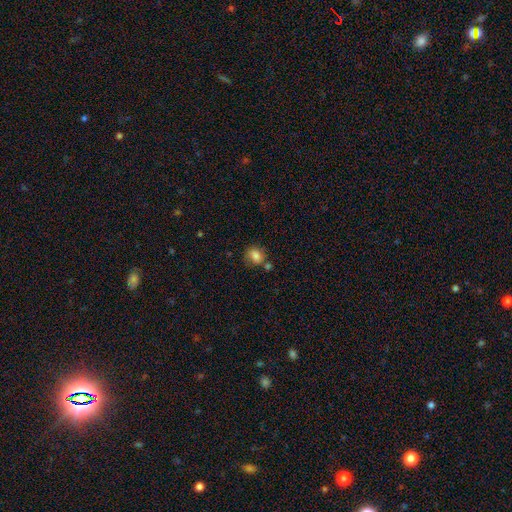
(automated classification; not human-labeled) Overall: smooth (80%). How rounded: round (66%; in between 33%). Merging: none (64%).